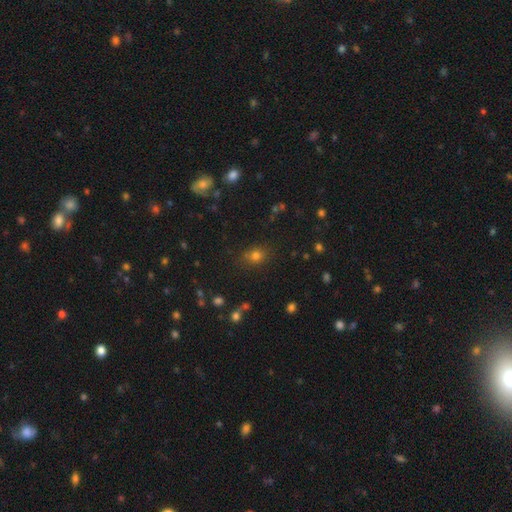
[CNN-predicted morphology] smooth-or-featured: smooth: 71% | star or artifact: 21% | featured or disk: 7%
  how-rounded: round: 65% | in between: 34% | cigar-shaped: 1%
  merging: none: 81% | minor disturbance: 12% | major disturbance: 4% | merger: 3%